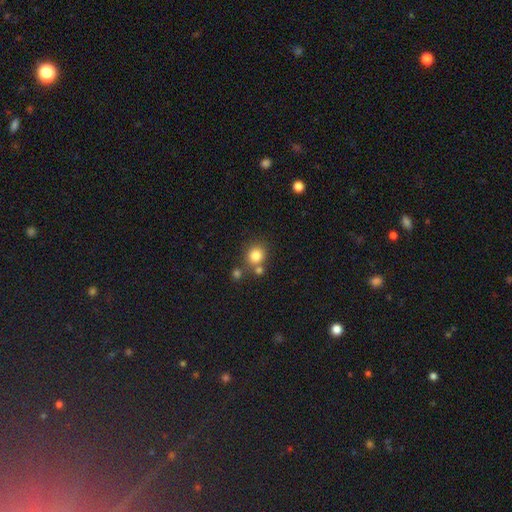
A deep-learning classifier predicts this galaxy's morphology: Overall: smooth (81%). How rounded: round (87%). Merging: none (66%).